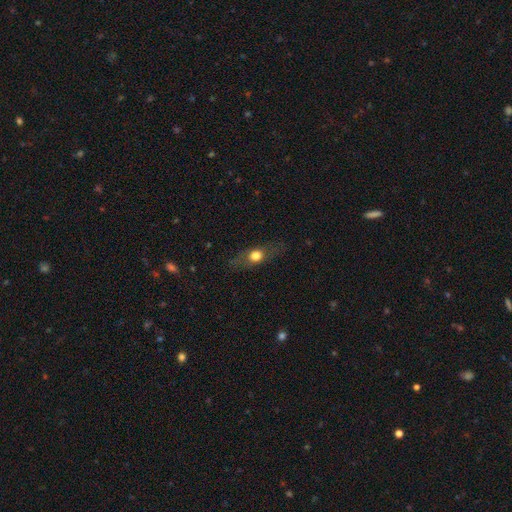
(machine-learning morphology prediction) Smooth or featured? smooth (55%)
How rounded? in between (46%)
Merging? none (78%)